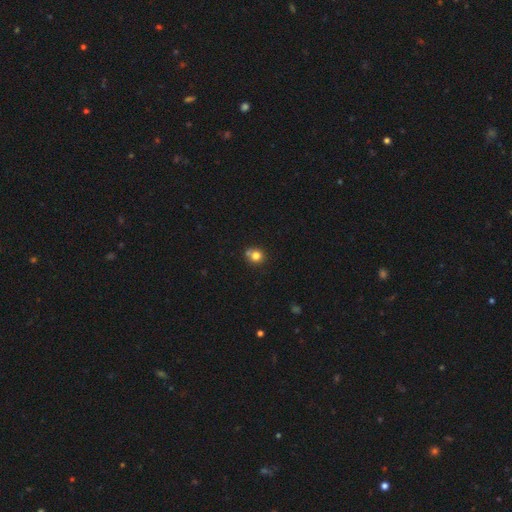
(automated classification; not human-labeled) smooth_or_featured: smooth (p=0.79) [alt: star or artifact p=0.12]
how_rounded: round (p=0.83) [alt: in between p=0.16]
merging: none (p=0.62) [alt: merger p=0.20]